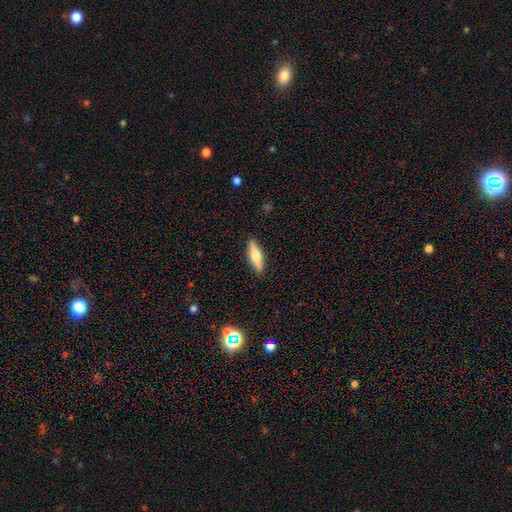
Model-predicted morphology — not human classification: A smooth galaxy with no disk features (52%) that is cigar-shaped (62%).

Vote fractions:
- Smooth or featured? smooth: 52% / featured or disk: 42% / star or artifact: 6%
- How rounded? cigar-shaped: 62% / in between: 35% / round: 2%
- Merging? none: 89% / minor disturbance: 8% / major disturbance: 2% / merger: 1%